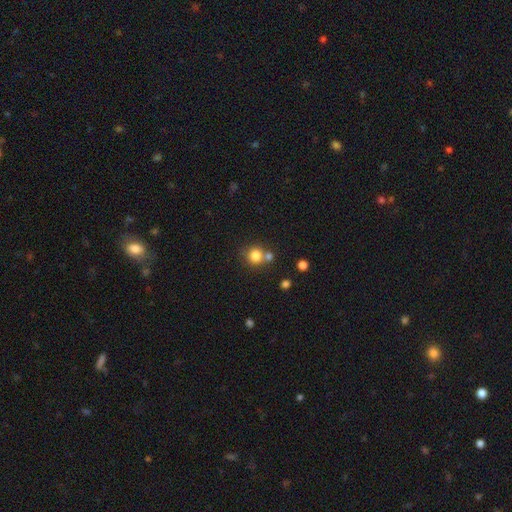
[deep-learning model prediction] Morphology: type=smooth (80%); roundness=round (90%); merging=none (60%).